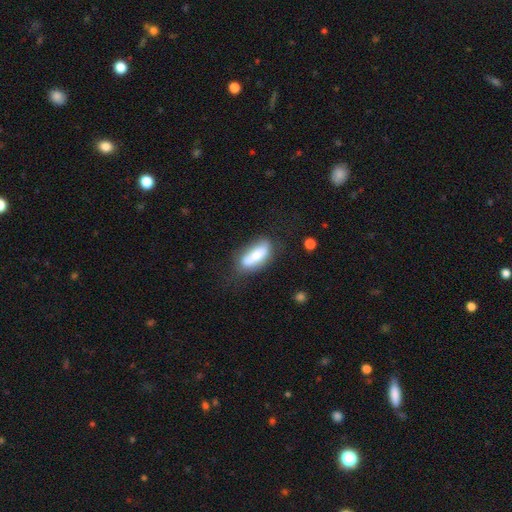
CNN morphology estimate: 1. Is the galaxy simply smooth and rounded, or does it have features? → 62% smooth, 31% featured or disk, 7% star or artifact.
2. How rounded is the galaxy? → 72% in between, 25% cigar-shaped, 3% round.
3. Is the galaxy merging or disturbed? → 51% none, 23% minor disturbance, 16% merger, 10% major disturbance.